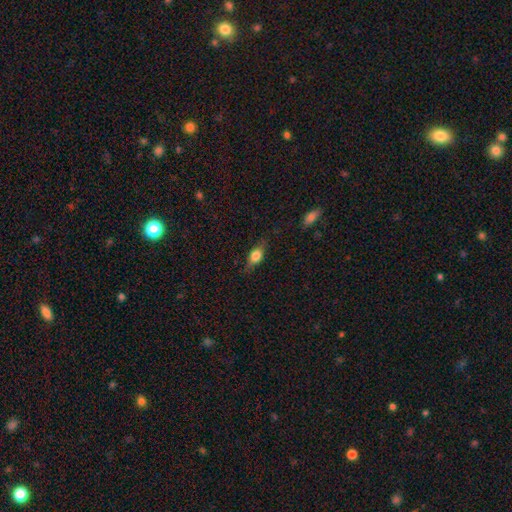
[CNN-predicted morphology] Smooth or featured?
  - smooth: 67% *
  - featured or disk: 25%
  - star or artifact: 8%
How rounded?
  - in between: 71% *
  - cigar-shaped: 20%
  - round: 9%
Merging?
  - none: 77% *
  - minor disturbance: 17%
  - major disturbance: 5%
  - merger: 1%